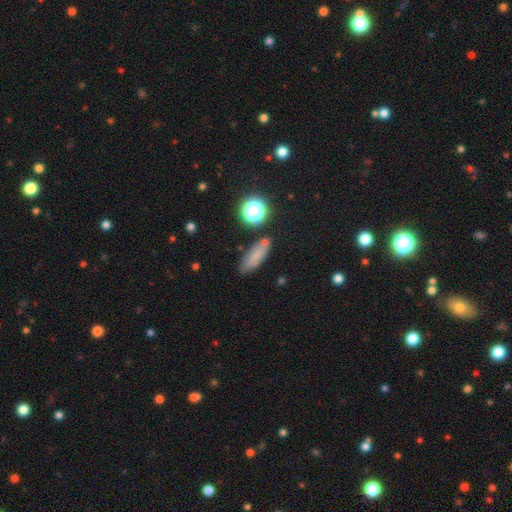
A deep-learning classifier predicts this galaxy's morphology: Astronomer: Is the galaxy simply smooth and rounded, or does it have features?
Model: smooth — 72%.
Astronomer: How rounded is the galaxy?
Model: in between — 51% (runner-up: cigar-shaped, 41%).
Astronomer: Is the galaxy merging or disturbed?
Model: none — 74%.